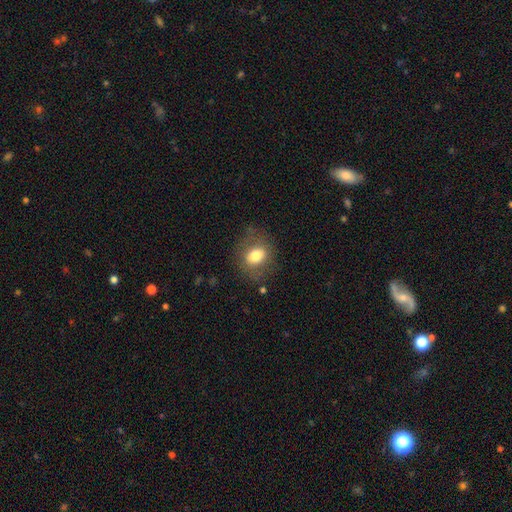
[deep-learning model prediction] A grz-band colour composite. It shows a smooth galaxy with no disk features (74%) that is in between round and cigar-shaped (61%). Merging: none (74%).